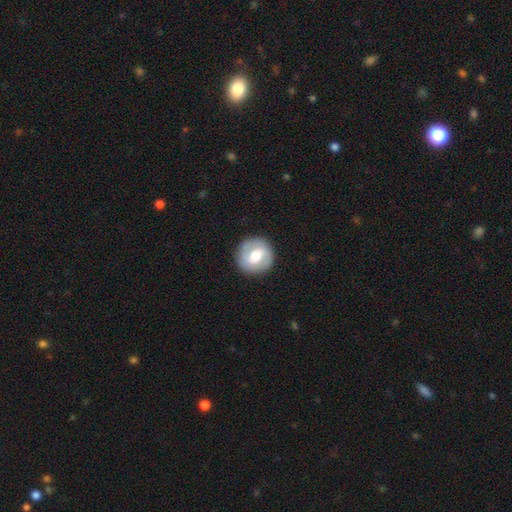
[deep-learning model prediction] A featured or disk galaxy (56%) with a weak bar (48%), spiral arms (67%) and a moderate central bulge (69%). Merging: none (88%).